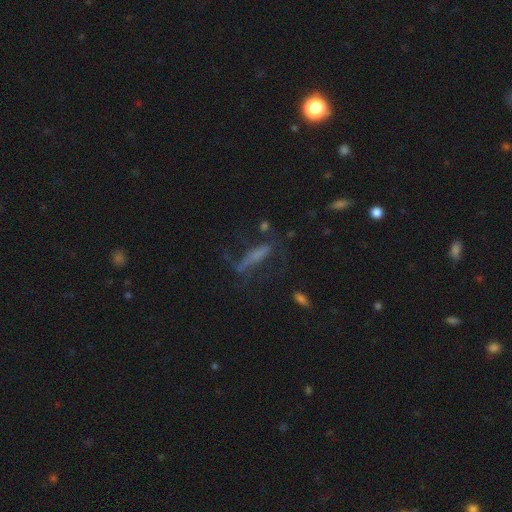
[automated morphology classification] Smooth or featured: featured or disk — 42% (smooth — 38%)
Merging: none — 47% (major disturbance — 27%)